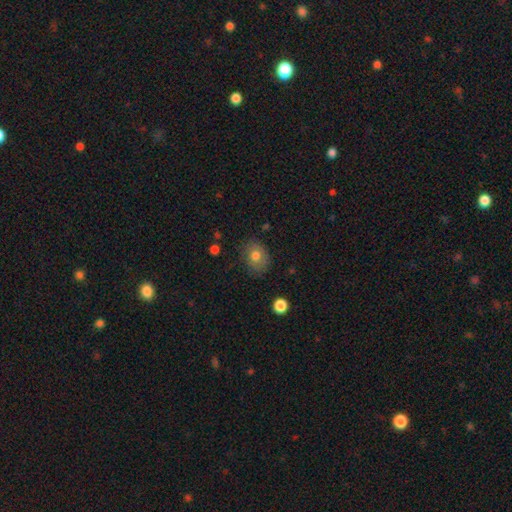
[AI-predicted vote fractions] smooth-or-featured: smooth: 76% | featured or disk: 15% | star or artifact: 10%
  how-rounded: in between: 53% | round: 46% | cigar-shaped: 1%
  merging: none: 77% | minor disturbance: 17% | major disturbance: 5% | merger: 1%